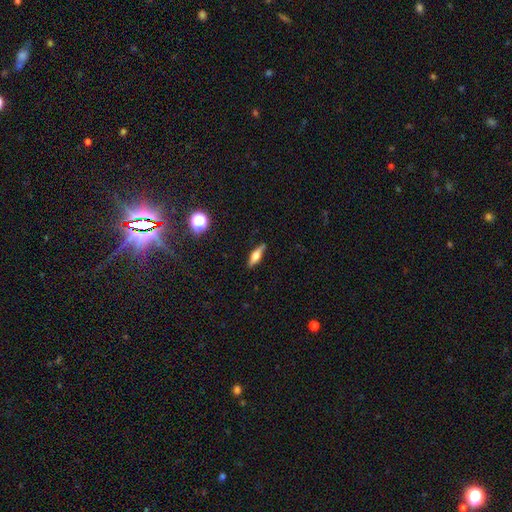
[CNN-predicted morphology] A smooth galaxy with no disk features (50%) that is cigar-shaped (51%). Merging: none (84%).